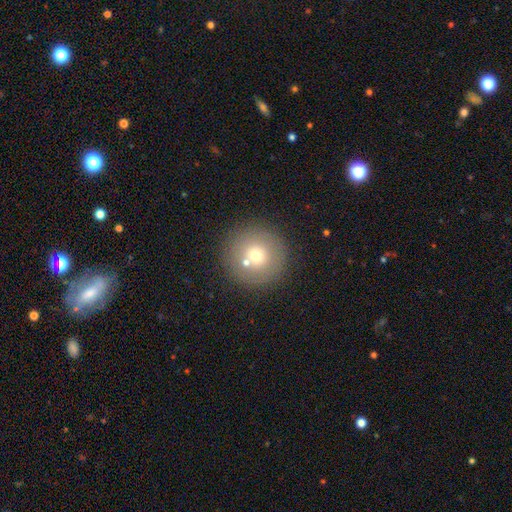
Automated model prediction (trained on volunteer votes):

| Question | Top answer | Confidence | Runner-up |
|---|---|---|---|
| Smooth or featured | smooth | 68% | featured or disk (20%) |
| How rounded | round | 96% | in between (3%) |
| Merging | none | 78% | merger (11%) |